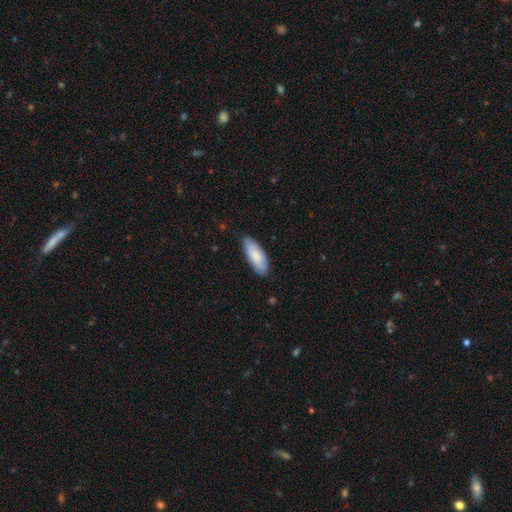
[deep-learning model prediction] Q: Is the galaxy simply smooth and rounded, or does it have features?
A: smooth — 82%.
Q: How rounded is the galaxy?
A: in between — 74%.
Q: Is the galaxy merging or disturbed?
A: none — 83%.